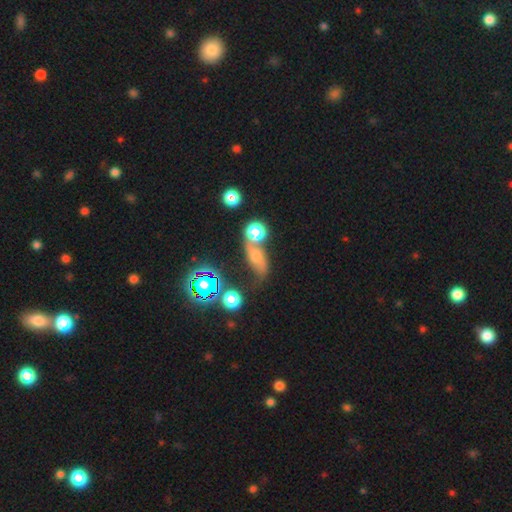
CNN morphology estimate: smooth-or-featured: smooth: 43% | featured or disk: 35% | star or artifact: 22%
  merging: merger: 38% | none: 37% | minor disturbance: 15% | major disturbance: 11%